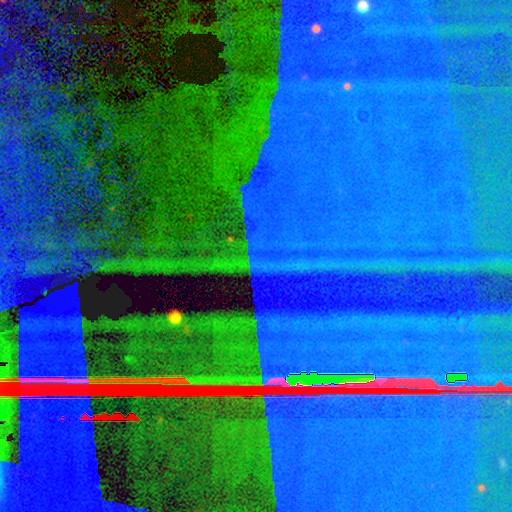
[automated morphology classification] This appears to be a star or artifact, not a galaxy (89%).